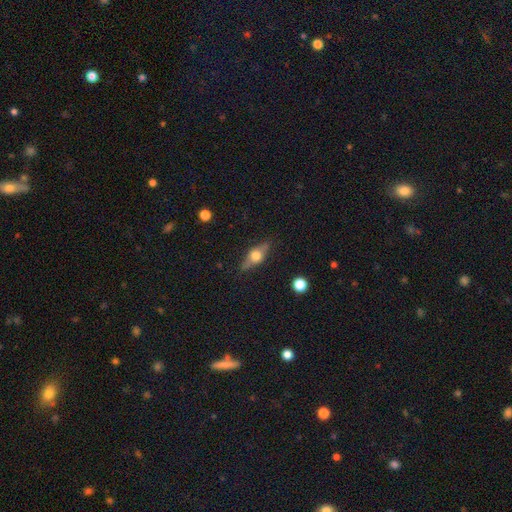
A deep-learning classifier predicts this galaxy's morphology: Smooth or featured? featured or disk (55%)
Edge-on disk? yes (89%)
Merging? none (83%)